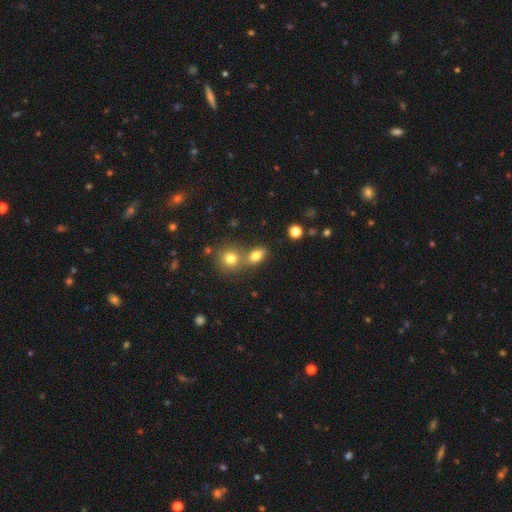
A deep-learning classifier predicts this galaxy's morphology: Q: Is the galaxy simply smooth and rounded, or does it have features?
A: smooth — 78%.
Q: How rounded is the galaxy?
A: in between — 76%.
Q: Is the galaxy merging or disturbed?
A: none — 51%.